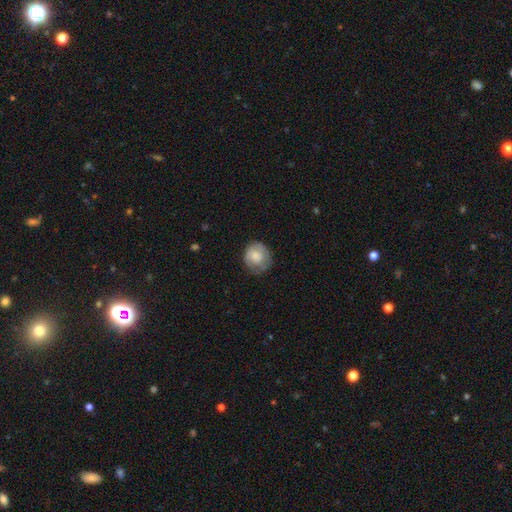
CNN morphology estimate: A smooth galaxy with no disk features (68%) that is round (81%).

Vote fractions:
- Smooth or featured? smooth: 68% / featured or disk: 25% / star or artifact: 7%
- How rounded? round: 81% / in between: 18% / cigar-shaped: 1%
- Merging? none: 62% / minor disturbance: 26% / major disturbance: 10% / merger: 1%